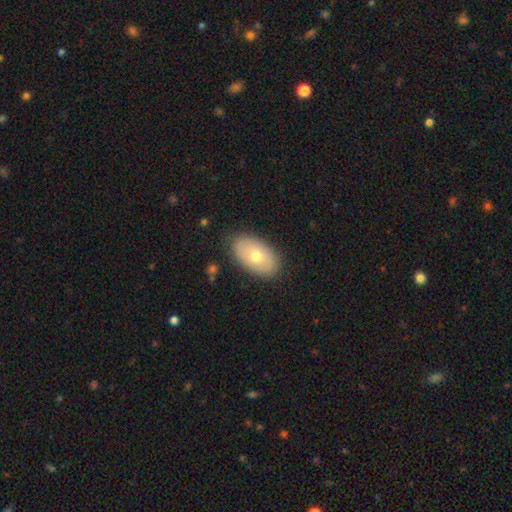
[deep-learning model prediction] A smooth galaxy with no disk features (66%) that is in between round and cigar-shaped (93%).

Vote fractions:
- Smooth or featured? smooth: 66% / featured or disk: 28% / star or artifact: 6%
- How rounded? in between: 93% / round: 6% / cigar-shaped: 1%
- Merging? none: 86% / minor disturbance: 11% / major disturbance: 2% / merger: 1%